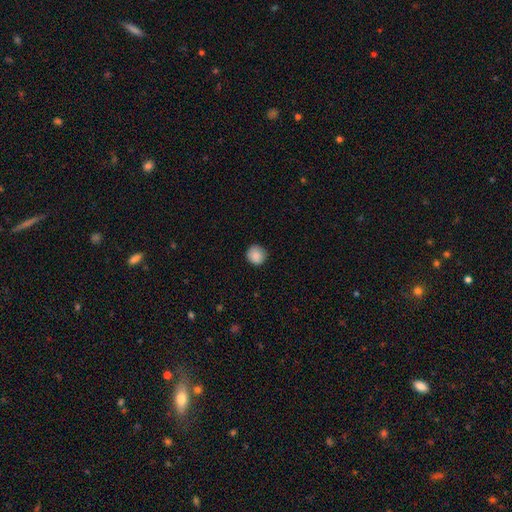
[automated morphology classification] smooth-or-featured: smooth: 88% | star or artifact: 8% | featured or disk: 4%
  how-rounded: round: 92% | in between: 7% | cigar-shaped: 1%
  merging: none: 87% | minor disturbance: 10% | major disturbance: 2% | merger: 1%